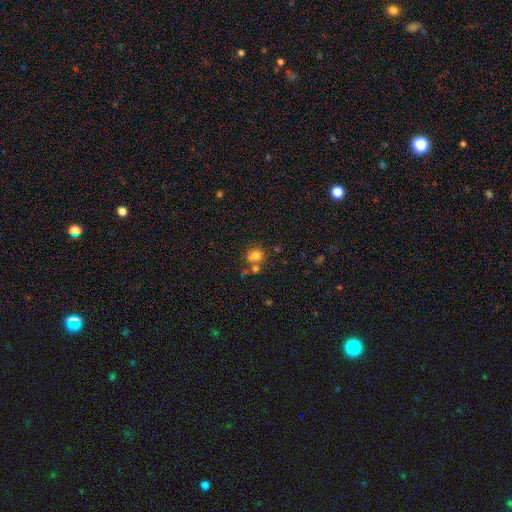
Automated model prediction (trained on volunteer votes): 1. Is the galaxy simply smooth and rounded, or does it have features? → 75% smooth, 14% star or artifact, 11% featured or disk.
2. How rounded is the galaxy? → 78% round, 21% in between, 1% cigar-shaped.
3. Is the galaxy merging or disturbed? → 53% none, 31% merger, 11% minor disturbance, 5% major disturbance.